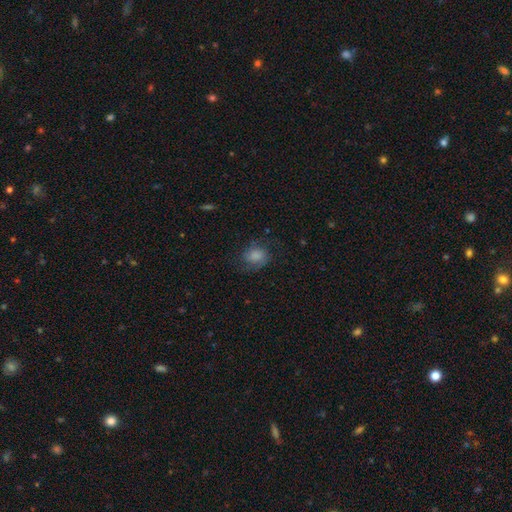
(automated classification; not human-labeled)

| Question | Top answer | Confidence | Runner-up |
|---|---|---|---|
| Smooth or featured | smooth | 64% | featured or disk (27%) |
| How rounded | round | 51% | in between (48%) |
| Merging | none | 63% | minor disturbance (22%) |